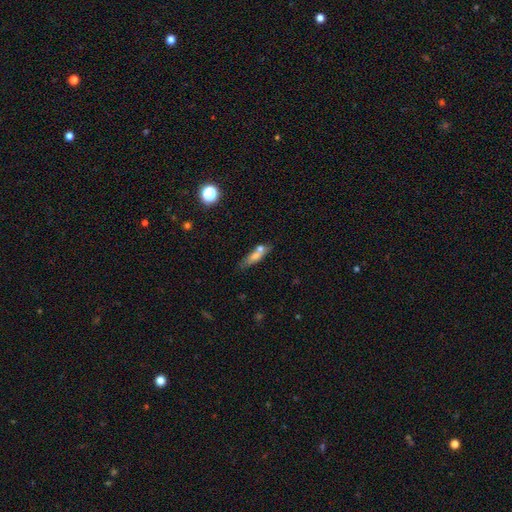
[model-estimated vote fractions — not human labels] Morphology: type=smooth (64%); roundness=cigar-shaped (59%); merging=none (52%).